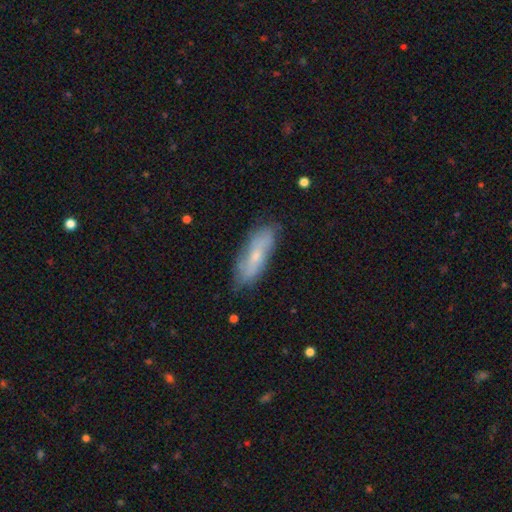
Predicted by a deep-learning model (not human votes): Smooth or featured: featured or disk — 51% (smooth — 42%)
Edge-on disk: no — 75% (yes — 25%)
Merging: none — 77% (minor disturbance — 18%)